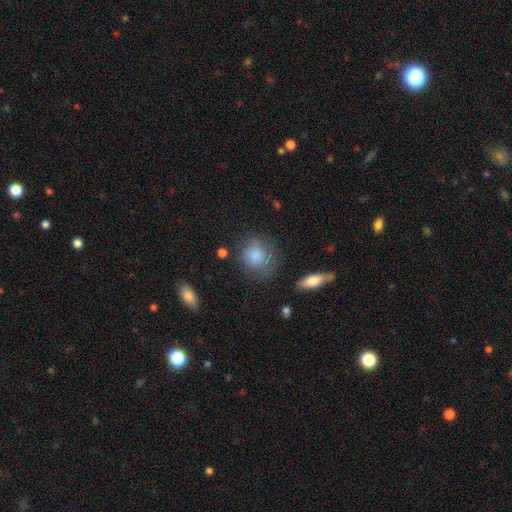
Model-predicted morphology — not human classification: A smooth galaxy with no disk features (82%) that is round (81%). Merging: none (66%).